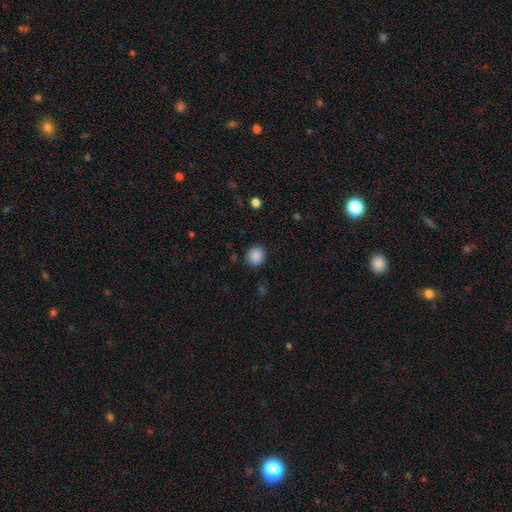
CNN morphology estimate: Smooth or featured? Predicted: smooth (p=0.88). How rounded? Predicted: round (p=0.84). Merging? Predicted: none (p=0.88).